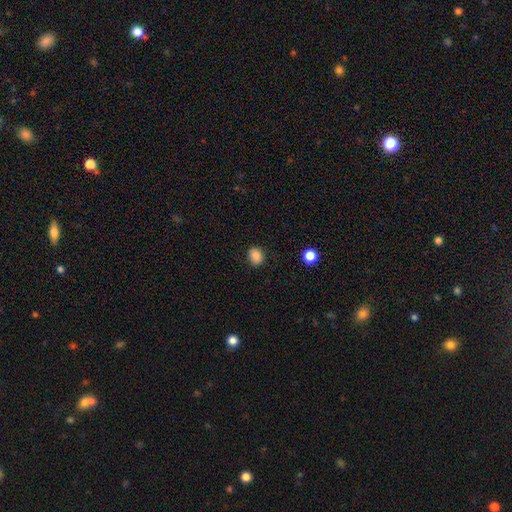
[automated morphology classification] Smooth or featured: smooth — 84% (star or artifact — 10%)
How rounded: round — 62% (in between — 37%)
Merging: none — 89% (minor disturbance — 8%)